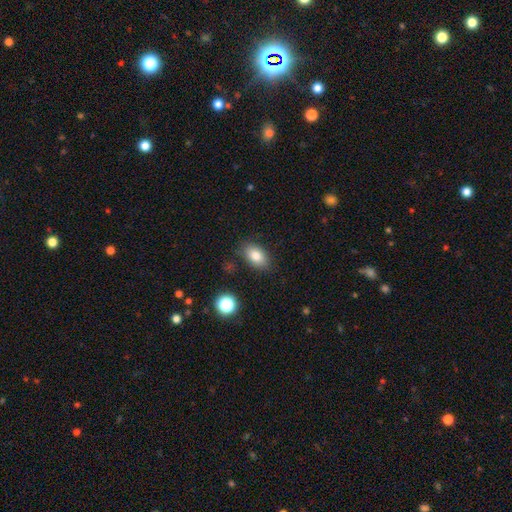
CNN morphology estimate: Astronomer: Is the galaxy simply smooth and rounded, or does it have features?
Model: smooth — 83%.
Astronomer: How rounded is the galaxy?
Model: in between — 90%.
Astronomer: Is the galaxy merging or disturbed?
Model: none — 82%.